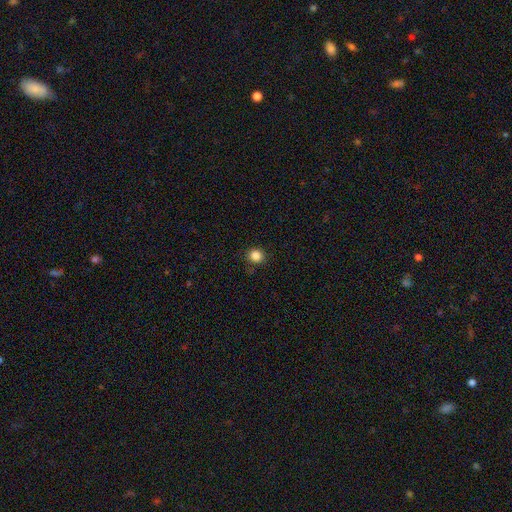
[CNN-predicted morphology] smooth 85%, star or artifact 11%, featured or disk 4%. Down the decision tree: how rounded — round (87%); merging — none (89%).